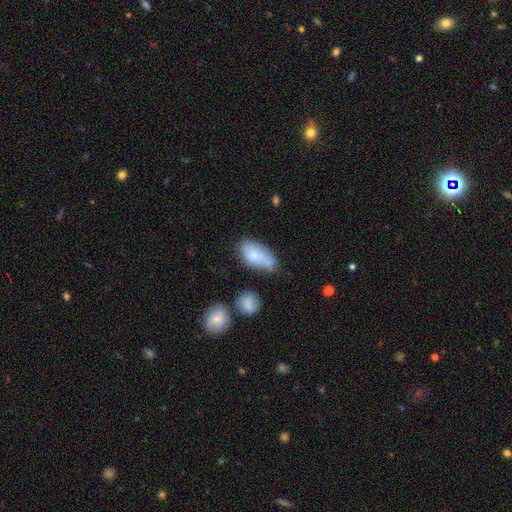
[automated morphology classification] Q: Smooth or featured?
A: smooth (71%); runner-up: featured or disk (22%)
Q: How rounded?
A: in between (92%); runner-up: cigar-shaped (5%)
Q: Merging?
A: none (48%); runner-up: minor disturbance (30%)